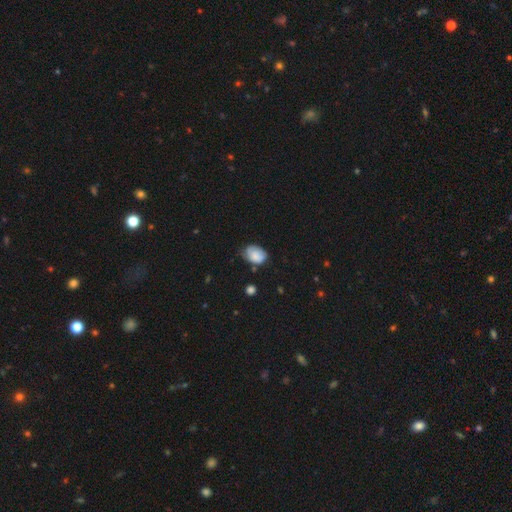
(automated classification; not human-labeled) smooth 80%, featured or disk 13%, star or artifact 8%. Down the decision tree: how rounded — in between (76%); merging — none (53%).